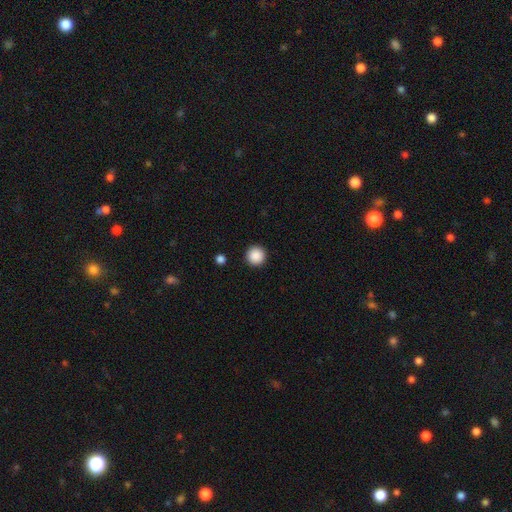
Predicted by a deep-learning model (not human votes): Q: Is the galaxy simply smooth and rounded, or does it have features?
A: smooth — 88%.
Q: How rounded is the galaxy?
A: round — 97%.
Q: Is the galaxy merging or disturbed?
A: none — 93%.